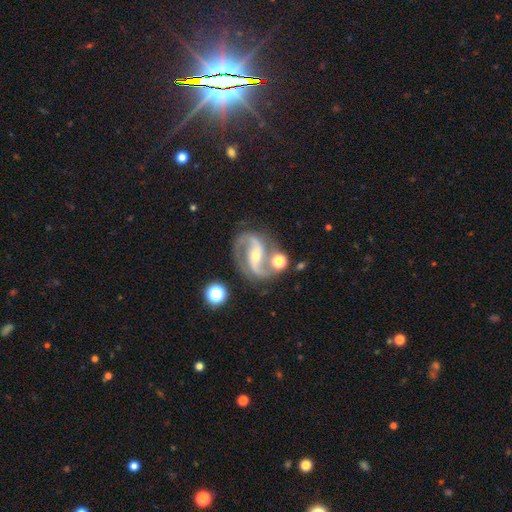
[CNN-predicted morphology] type=featured or disk (91%); edge-on=no (97%); bar=strong (44%); spiral arms=yes (98%); winding=medium (59%); arm count=2 (94%); bulge=small (61%); merging=none (74%).